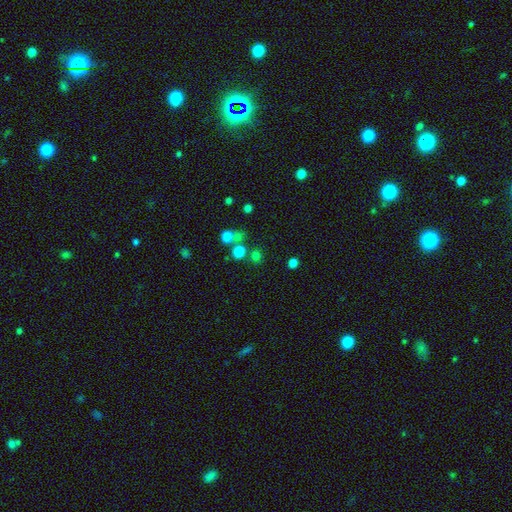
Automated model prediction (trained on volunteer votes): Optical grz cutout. It shows a smooth galaxy with no disk features (71%) that is round (84%). Merging: none (67%).